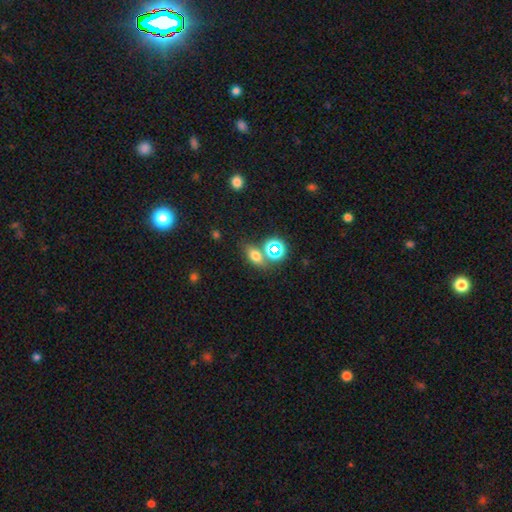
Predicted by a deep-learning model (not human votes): The model was most divided on "how rounded": in between: 67%, round: 28%, cigar-shaped: 5%. More confident: merging — none (69%); smooth or featured — smooth (65%).